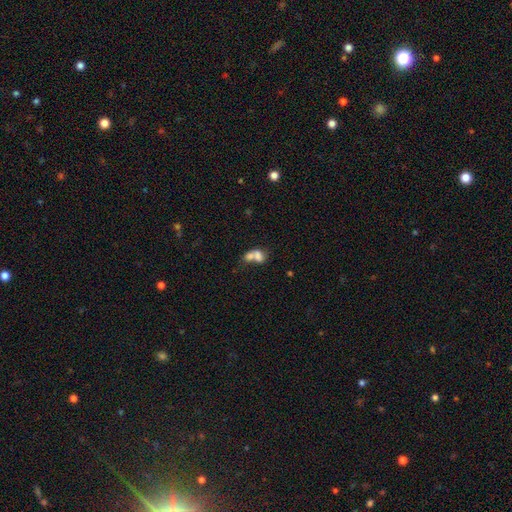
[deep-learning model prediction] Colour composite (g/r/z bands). It shows a smooth galaxy with no disk features (71%) that is in between round and cigar-shaped (68%). Merging: merger (72%).